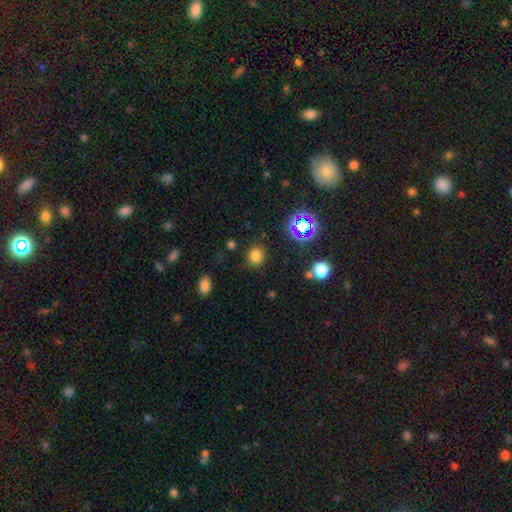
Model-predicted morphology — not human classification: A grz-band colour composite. It shows a smooth galaxy with no disk features (76%) that is round (82%). Merging: none (86%).